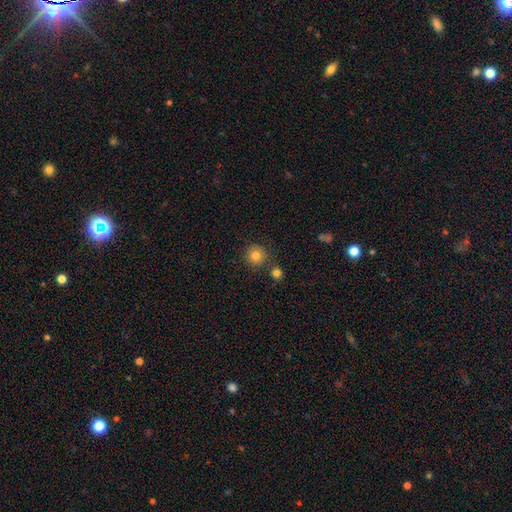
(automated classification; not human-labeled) The model was most divided on "merging": none: 78%, merger: 10%, minor disturbance: 9%, major disturbance: 3%. More confident: how rounded — round (93%); smooth or featured — smooth (83%).